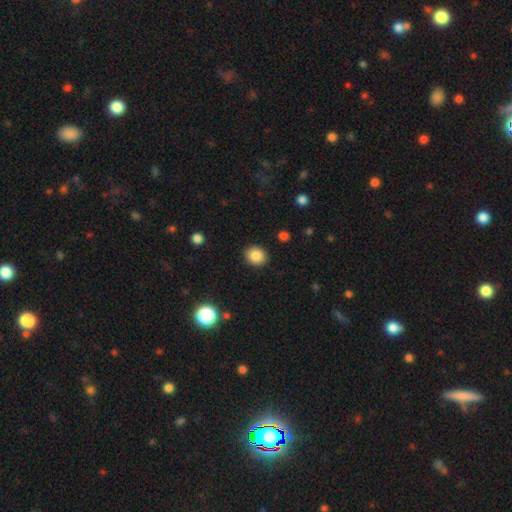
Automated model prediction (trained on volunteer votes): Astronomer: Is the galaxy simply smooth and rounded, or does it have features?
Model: smooth — 86%.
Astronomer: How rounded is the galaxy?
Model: round — 75%.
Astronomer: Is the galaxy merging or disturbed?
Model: none — 90%.